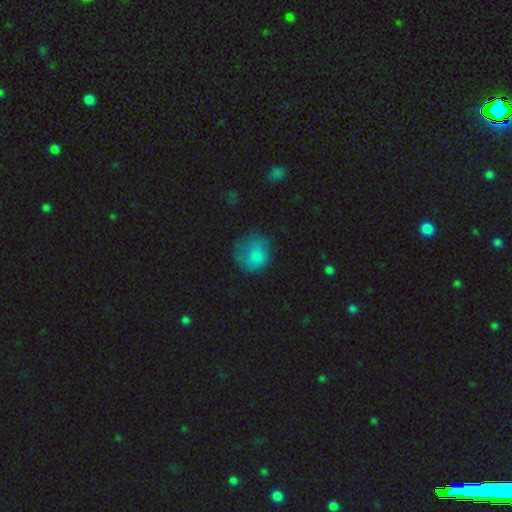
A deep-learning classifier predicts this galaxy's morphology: smooth 78%, featured or disk 11%, star or artifact 10%. Down the decision tree: how rounded — round (84%); merging — none (60%).